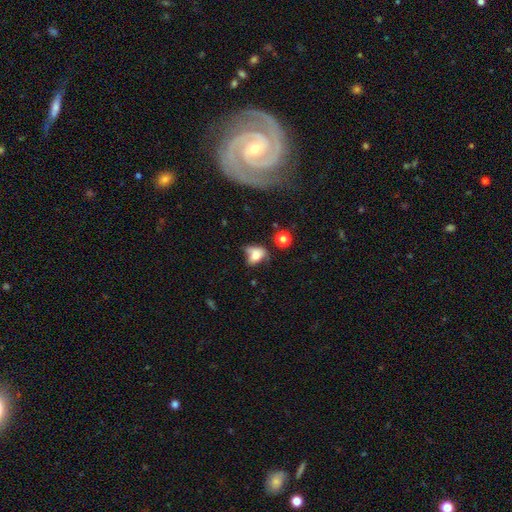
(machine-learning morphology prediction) Smooth or featured? smooth (70%)
How rounded? in between (73%)
Merging? minor disturbance (34%)